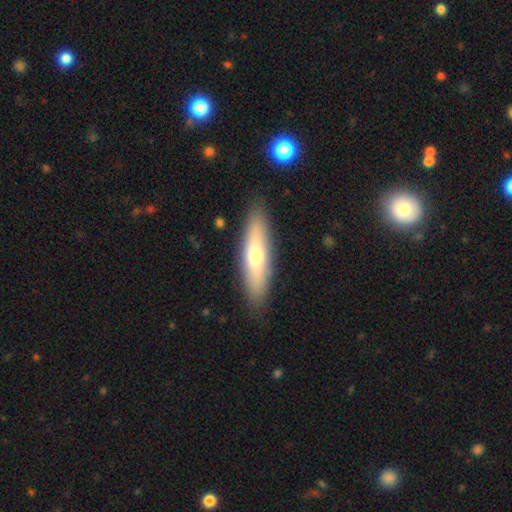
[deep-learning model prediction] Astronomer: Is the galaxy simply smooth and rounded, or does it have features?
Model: smooth — 56% (runner-up: featured or disk, 38%).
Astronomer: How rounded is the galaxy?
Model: cigar-shaped — 70%.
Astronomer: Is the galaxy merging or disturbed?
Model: none — 88%.